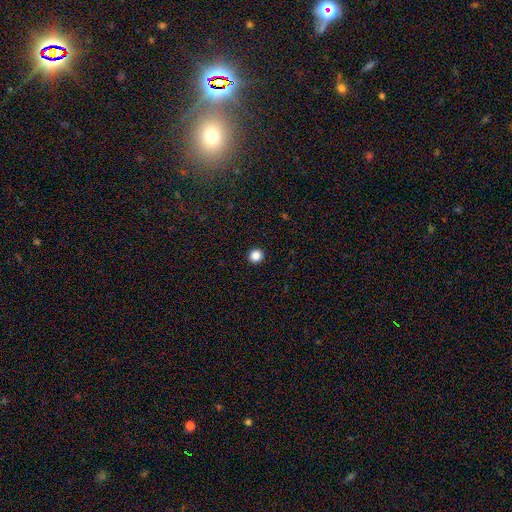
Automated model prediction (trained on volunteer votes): This is clearly a smooth galaxy (86%). How rounded: clearly round (94%). Merging: clearly none (94%).